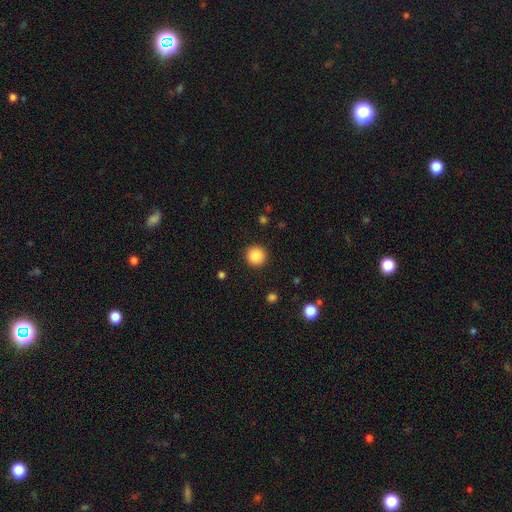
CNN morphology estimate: smooth_or_featured: smooth (p=0.87) [alt: star or artifact p=0.10]
how_rounded: round (p=0.95) [alt: in between p=0.04]
merging: none (p=0.91) [alt: minor disturbance p=0.06]